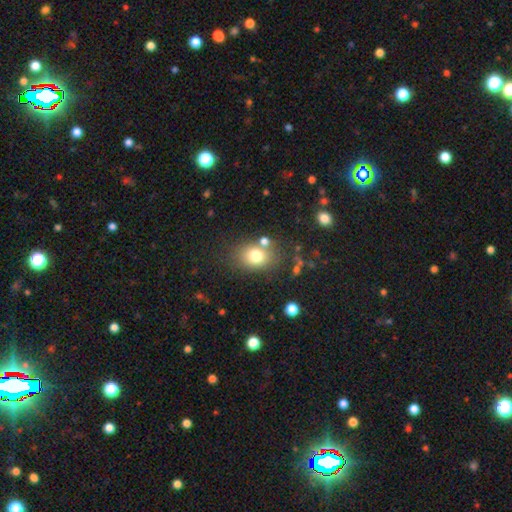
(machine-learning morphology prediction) Overall: smooth (77%). How rounded: in between (56%; round 43%). Merging: none (71%).